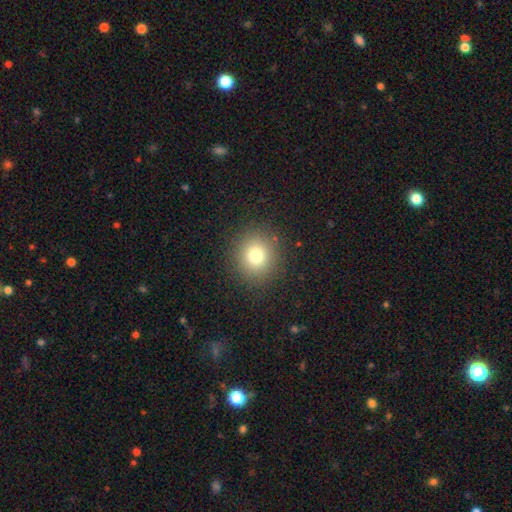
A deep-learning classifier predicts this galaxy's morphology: This is likely a smooth galaxy (77%). How rounded: clearly round (90%). Merging: clearly none (89%).